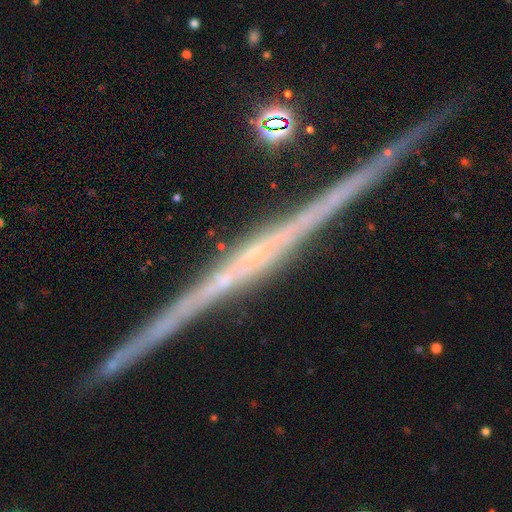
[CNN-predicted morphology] A featured or disk galaxy (79%) viewed edge-on (98%) with no central bulge (59%).

Vote fractions:
- Smooth or featured? featured or disk: 79% / star or artifact: 12% / smooth: 8%
- Edge-on disk? yes: 98% / no: 2%
- Edge-on bulge? none: 59% / rounded: 27% / boxy: 14%
- Merging? none: 90% / minor disturbance: 7% / merger: 2% / major disturbance: 2%